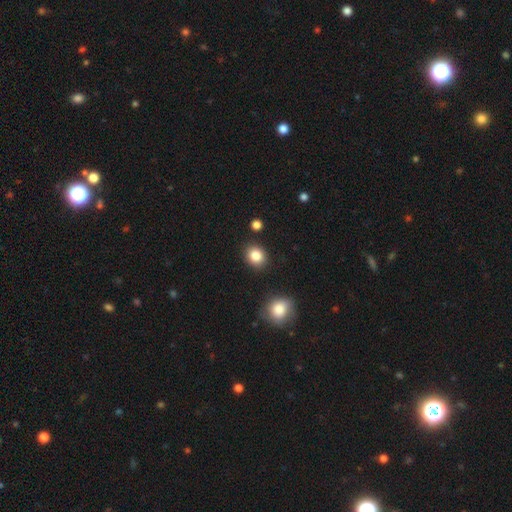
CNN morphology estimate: A smooth galaxy with no disk features (85%) that is round (68%). Merging: none (87%).